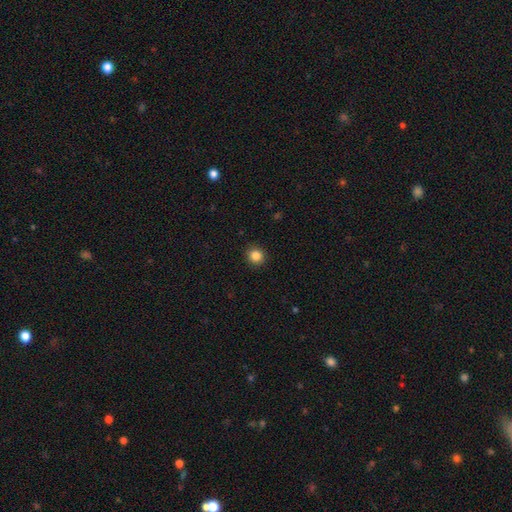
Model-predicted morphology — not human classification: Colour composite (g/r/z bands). It shows a smooth galaxy with no disk features (85%) that is round (92%). Merging: none (92%).